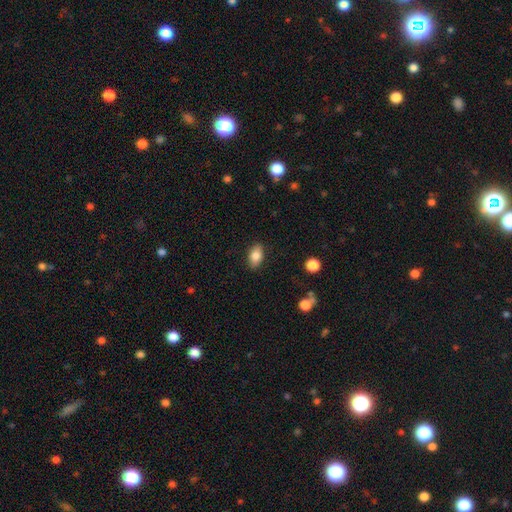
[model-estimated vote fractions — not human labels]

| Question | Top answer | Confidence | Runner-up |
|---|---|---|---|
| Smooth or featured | smooth | 81% | featured or disk (11%) |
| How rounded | in between | 88% | round (9%) |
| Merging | none | 87% | minor disturbance (10%) |